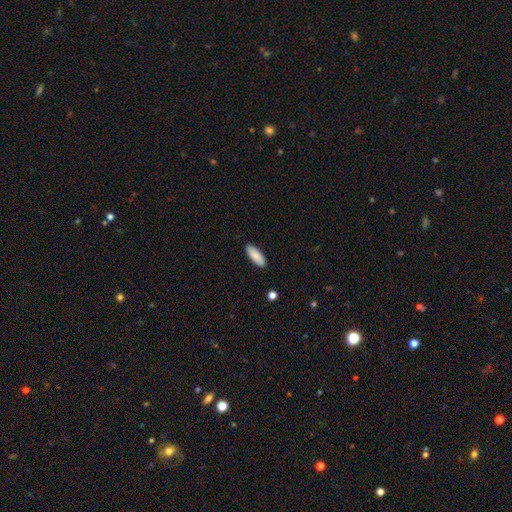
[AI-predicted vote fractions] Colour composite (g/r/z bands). It shows a smooth galaxy with no disk features (88%) that is in between round and cigar-shaped (69%). Merging: none (90%).